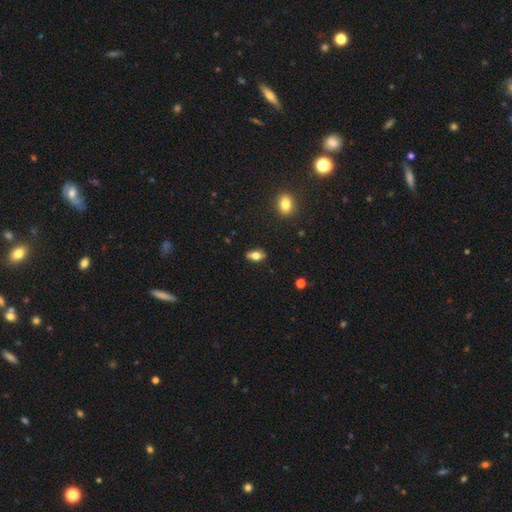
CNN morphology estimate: This appears to be a smooth galaxy with no disk features (62%) that is in between round and cigar-shaped (83%). Merging: none (84%).